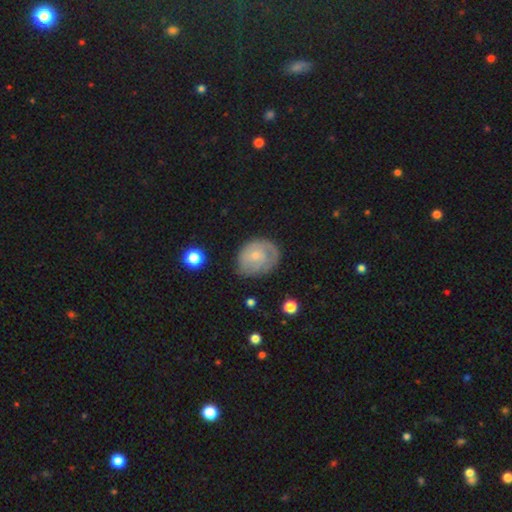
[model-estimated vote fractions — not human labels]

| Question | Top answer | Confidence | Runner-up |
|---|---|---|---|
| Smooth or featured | featured or disk | 55% | smooth (38%) |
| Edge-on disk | no | 97% | yes (3%) |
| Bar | no | 79% | weak (18%) |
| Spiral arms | yes | 76% | no (24%) |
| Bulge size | small | 69% | moderate (26%) |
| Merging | none | 61% | minor disturbance (27%) |